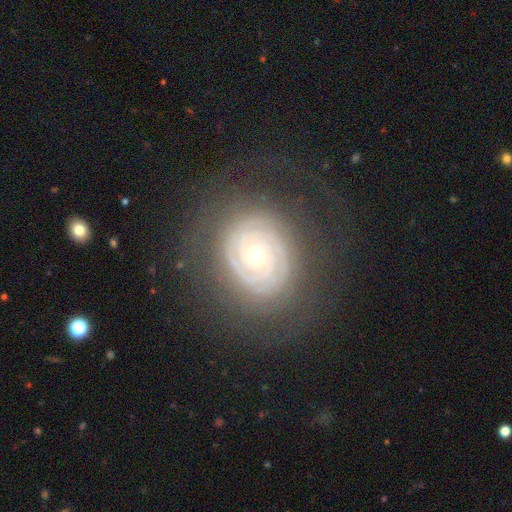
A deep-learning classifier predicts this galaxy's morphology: Smooth or featured: featured or disk — 87% (smooth — 7%)
Edge-on disk: no — 97% (yes — 3%)
Bar: no — 79% (weak — 15%)
Spiral arms: yes — 96% (no — 4%)
Spiral winding: tight — 87% (medium — 10%)
Spiral arm count: 2 — 30% (can't tell — 27%)
Bulge size: moderate — 50% (small — 47%)
Merging: none — 76% (minor disturbance — 14%)